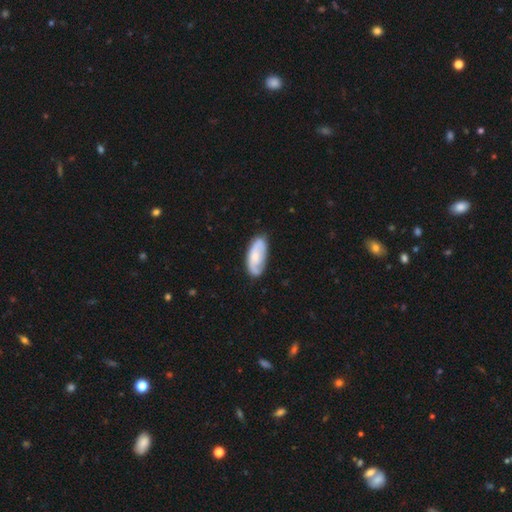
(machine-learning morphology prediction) A smooth galaxy with no disk features (51%) that is in between round and cigar-shaped (89%). Merging: none (73%).